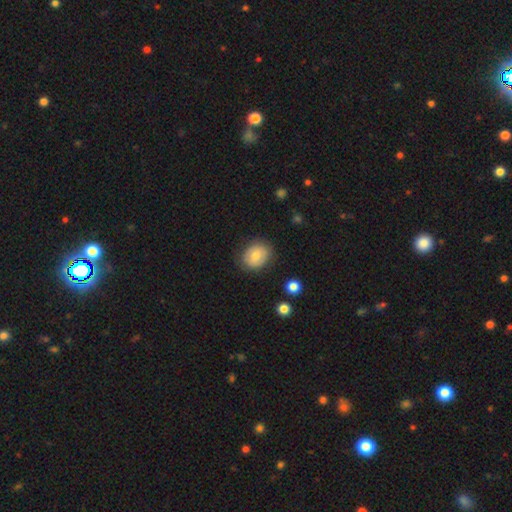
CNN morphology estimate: A smooth galaxy with no disk features (73%) that is round (51%).

Vote fractions:
- Smooth or featured? smooth: 73% / featured or disk: 19% / star or artifact: 8%
- How rounded? round: 51% / in between: 48% / cigar-shaped: 1%
- Merging? none: 79% / minor disturbance: 15% / major disturbance: 4% / merger: 1%